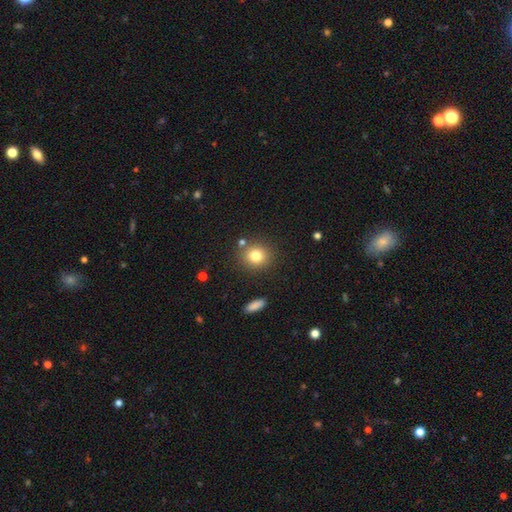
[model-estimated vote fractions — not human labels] This is likely a smooth galaxy (79%). How rounded: clearly round (83%). Merging: clearly none (82%).